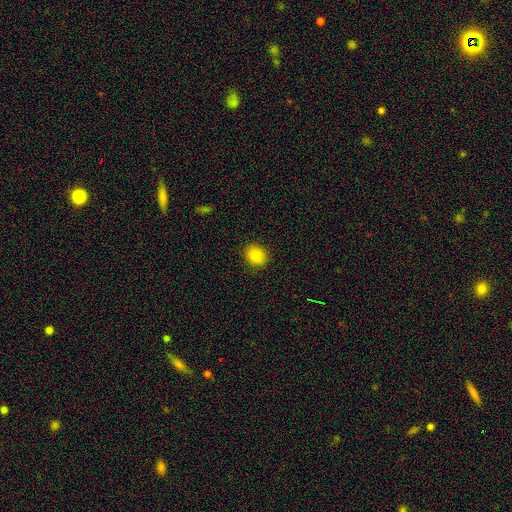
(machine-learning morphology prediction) This is clearly a smooth galaxy (86%). How rounded: likely round (62%). Merging: clearly none (90%).